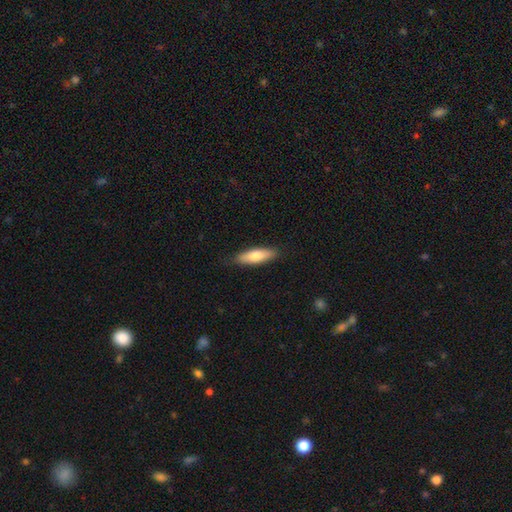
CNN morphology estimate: A smooth galaxy with no disk features (72%) that is cigar-shaped (52%).

Vote fractions:
- Smooth or featured? smooth: 72% / featured or disk: 22% / star or artifact: 6%
- How rounded? cigar-shaped: 52% / in between: 46% / round: 2%
- Merging? none: 86% / minor disturbance: 11% / major disturbance: 2% / merger: 1%